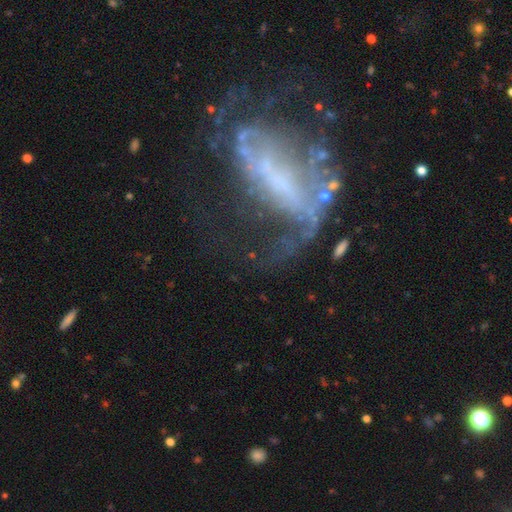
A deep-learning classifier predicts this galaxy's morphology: Smooth or featured? Predicted: featured or disk (p=0.77). Edge-on disk? Predicted: no (p=0.93). Bar? Predicted: strong (p=0.37). Spiral arms? Predicted: yes (p=0.68). Bulge size? Predicted: none (p=0.49). Merging? Predicted: major disturbance (p=0.41).